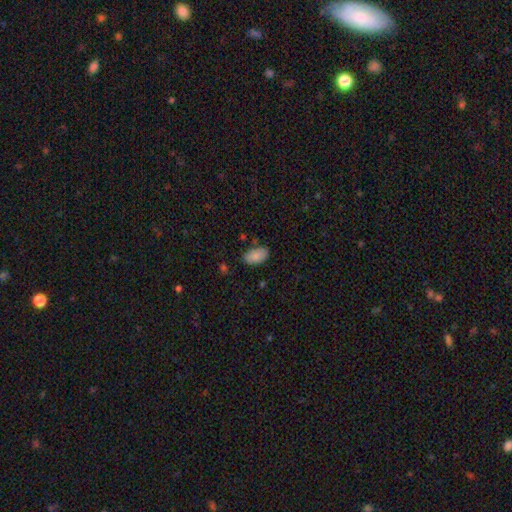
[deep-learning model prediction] smooth 87%, star or artifact 7%, featured or disk 6%. Down the decision tree: how rounded — in between (94%); merging — none (79%).